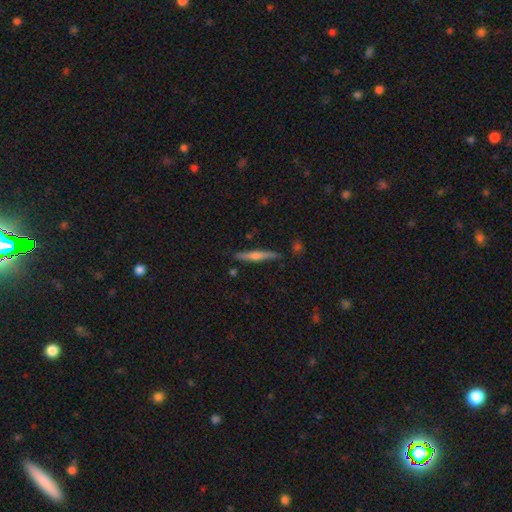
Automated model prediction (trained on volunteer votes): Q: Smooth or featured?
A: featured or disk (61%); runner-up: smooth (33%)
Q: Edge-on disk?
A: yes (97%); runner-up: no (3%)
Q: Edge-on bulge?
A: rounded (78%); runner-up: none (14%)
Q: Merging?
A: none (87%); runner-up: minor disturbance (10%)